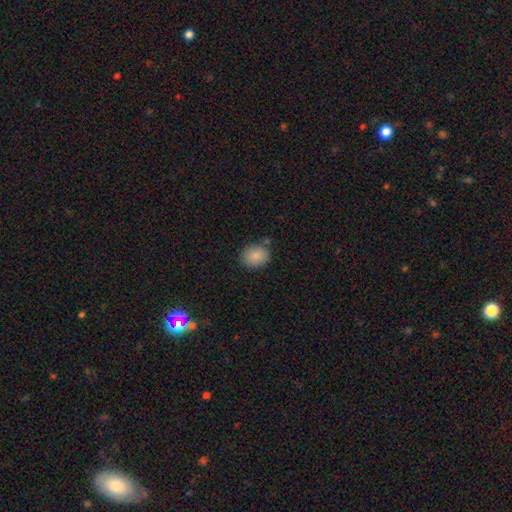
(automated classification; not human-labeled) A smooth galaxy with no disk features (87%) that is round (53%). Merging: none (79%).